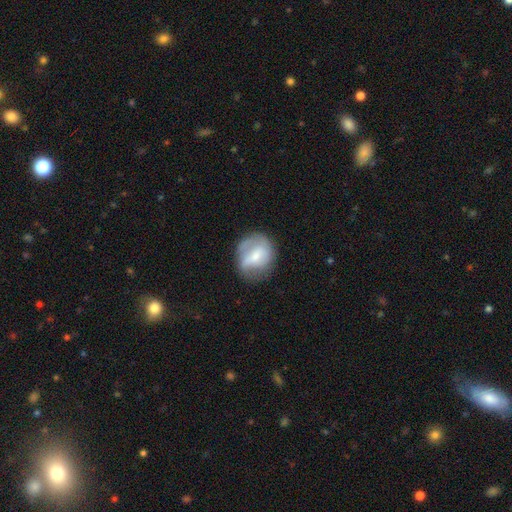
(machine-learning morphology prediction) Q: Smooth or featured?
A: smooth (50%); runner-up: featured or disk (43%)
Q: Merging?
A: none (61%); runner-up: minor disturbance (24%)